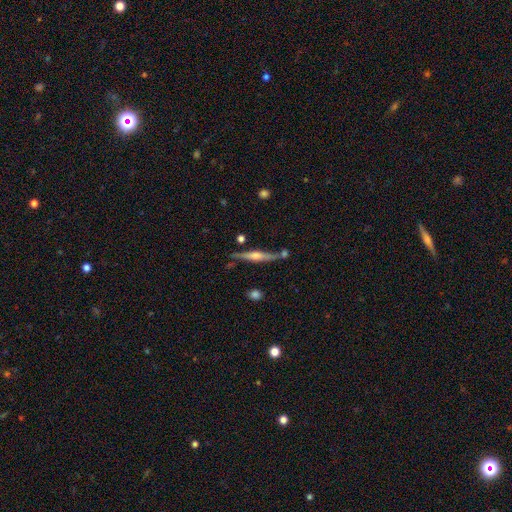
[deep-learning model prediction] Q: Smooth or featured?
A: featured or disk (76%); runner-up: smooth (18%)
Q: Edge-on disk?
A: yes (97%); runner-up: no (3%)
Q: Edge-on bulge?
A: rounded (83%); runner-up: boxy (10%)
Q: Merging?
A: none (78%); runner-up: minor disturbance (12%)